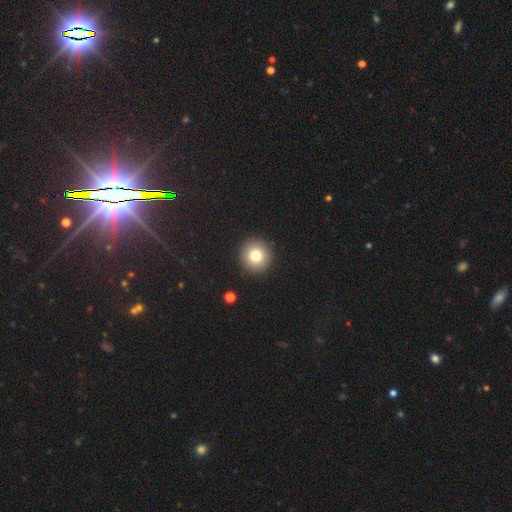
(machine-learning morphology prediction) Smooth or featured: smooth — 79% (star or artifact — 11%)
How rounded: round — 95% (in between — 4%)
Merging: none — 92% (minor disturbance — 5%)